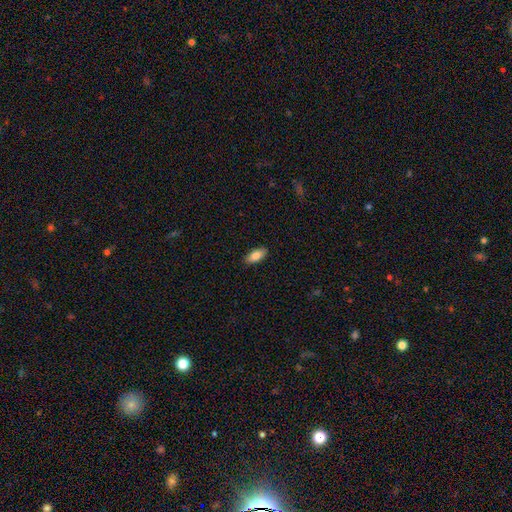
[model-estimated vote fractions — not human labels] Q: Smooth or featured?
A: smooth (82%); runner-up: featured or disk (12%)
Q: How rounded?
A: in between (87%); runner-up: cigar-shaped (11%)
Q: Merging?
A: none (89%); runner-up: minor disturbance (8%)